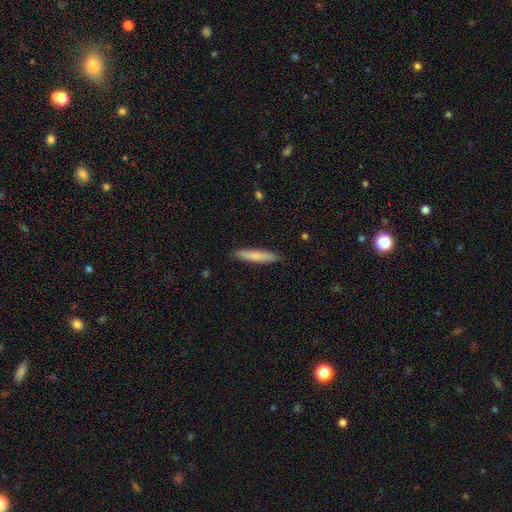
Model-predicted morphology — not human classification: The model was most divided on "smooth or featured": smooth: 77%, featured or disk: 17%, star or artifact: 6%. More confident: merging — none (90%); how rounded — cigar-shaped (90%).